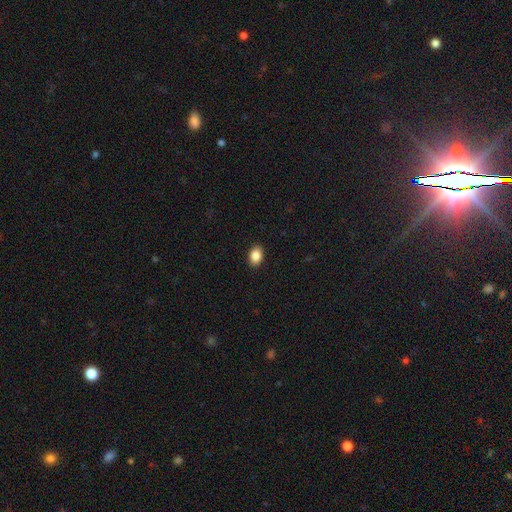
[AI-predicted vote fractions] This appears to be a smooth galaxy with no disk features (88%) that is in between round and cigar-shaped (82%). Merging: none (90%).